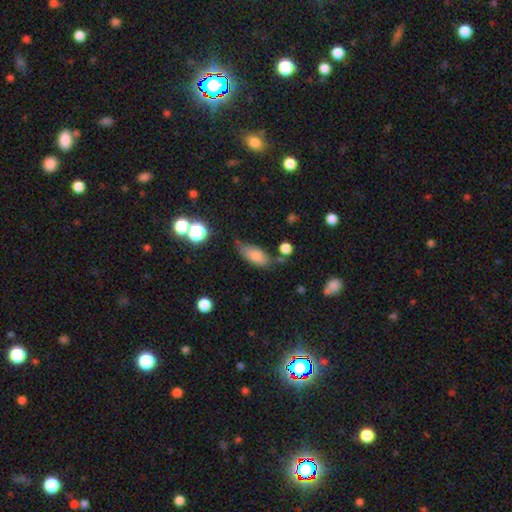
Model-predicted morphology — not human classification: The model was most divided on "merging": none: 56%, minor disturbance: 29%, major disturbance: 8%, merger: 6%. More confident: how rounded — in between (83%); smooth or featured — smooth (78%).